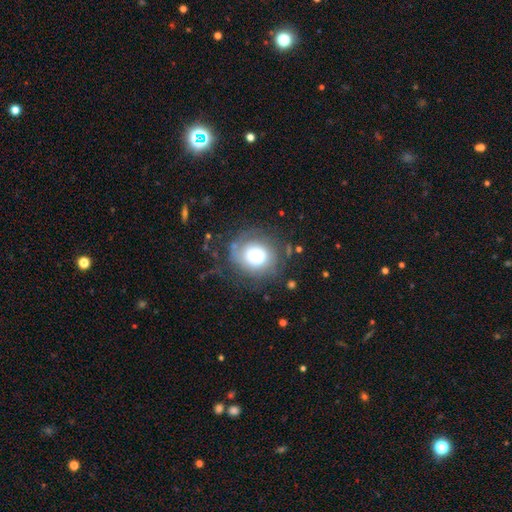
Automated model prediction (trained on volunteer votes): smooth_or_featured: featured or disk (p=0.53) [alt: smooth p=0.38]
disk_edge_on: no (p=0.97) [alt: yes p=0.03]
bar: no (p=0.81) [alt: weak p=0.15]
has_spiral_arms: yes (p=0.74) [alt: no p=0.26]
bulge_size: large (p=0.47) [alt: moderate p=0.23]
merging: none (p=0.61) [alt: minor disturbance p=0.19]